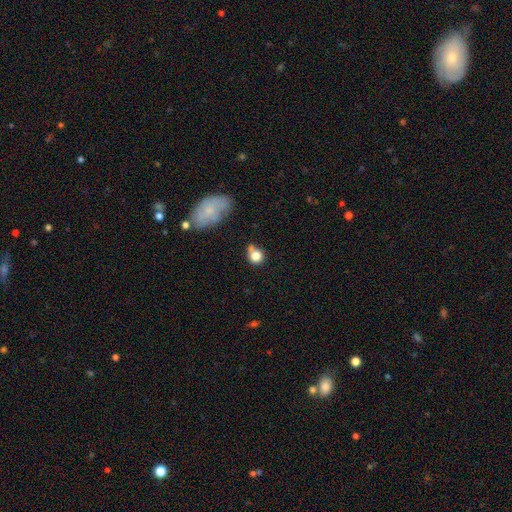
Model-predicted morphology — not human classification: Smooth or featured: smooth — 79% (star or artifact — 11%)
How rounded: round — 78% (in between — 20%)
Merging: none — 50% (minor disturbance — 23%)